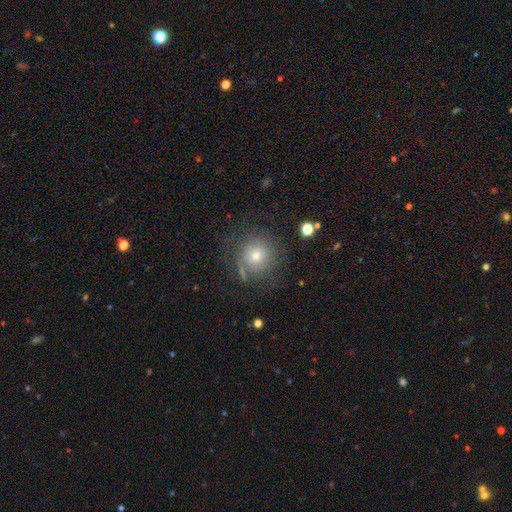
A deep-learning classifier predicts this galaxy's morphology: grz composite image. It shows a smooth galaxy with no disk features (64%) that is round (92%). Merging: none (73%).